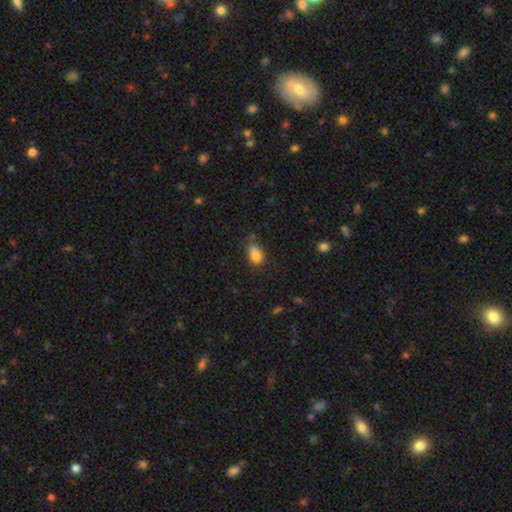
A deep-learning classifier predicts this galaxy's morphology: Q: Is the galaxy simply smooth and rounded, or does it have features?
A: smooth — 77%.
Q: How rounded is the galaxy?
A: in between — 77%.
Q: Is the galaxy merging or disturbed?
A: none — 39%.